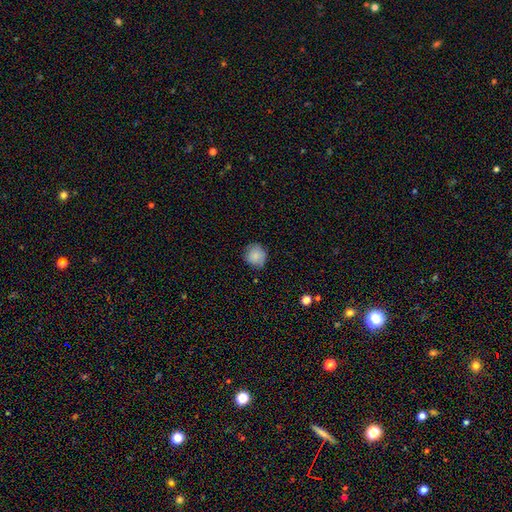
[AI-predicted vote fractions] This appears to be a smooth galaxy with no disk features (85%) that is round (90%). Merging: none (80%).